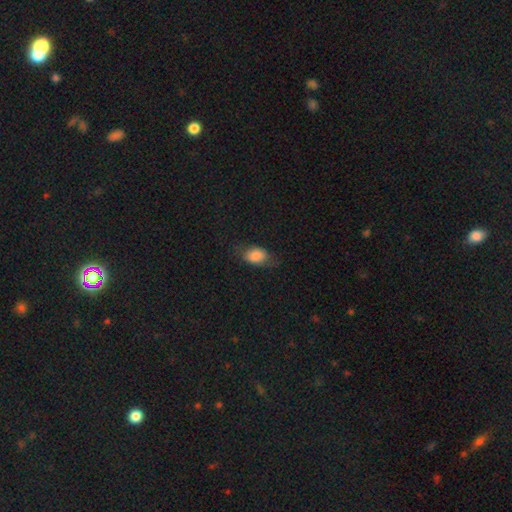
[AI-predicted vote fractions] Overall: smooth (81%). How rounded: in between (81%). Merging: none (62%; minor disturbance 25%).